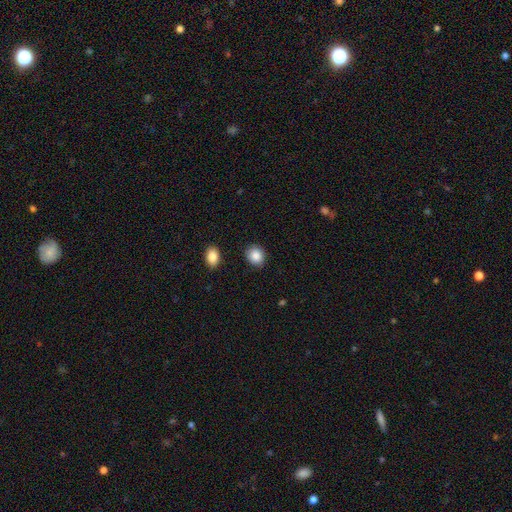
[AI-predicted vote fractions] Smooth or featured?
  - smooth: 88% *
  - star or artifact: 8%
  - featured or disk: 4%
How rounded?
  - round: 67% *
  - in between: 32%
  - cigar-shaped: 1%
Merging?
  - none: 87% *
  - minor disturbance: 8%
  - major disturbance: 2%
  - merger: 2%